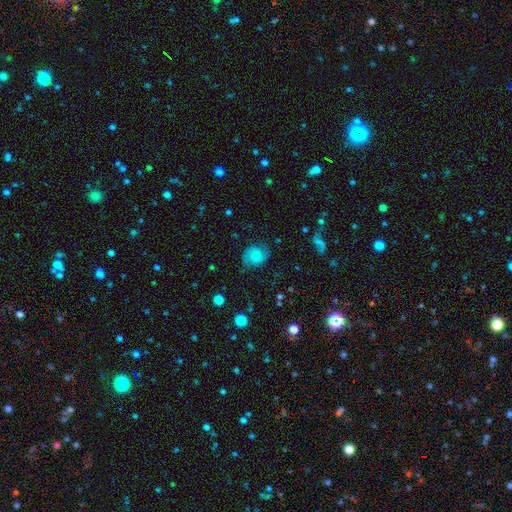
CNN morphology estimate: smooth-or-featured: featured or disk: 61% | smooth: 29% | star or artifact: 10%
  disk-edge-on: no: 97% | yes: 3%
    bar: no: 61% | weak: 32% | strong: 6%
    has-spiral-arms: yes: 93% | no: 7%
      spiral-winding: medium: 50% | tight: 29% | loose: 22%
      spiral-arm-count: 2: 88% | can't tell: 6% | 1: 3% | 3: 1% | 4: 1% | more than 4: 1%
    bulge-size: none: 31% | small: 30% | moderate: 28% | large: 9% | dominant: 2%
  merging: none: 72% | minor disturbance: 19% | major disturbance: 8% | merger: 1%